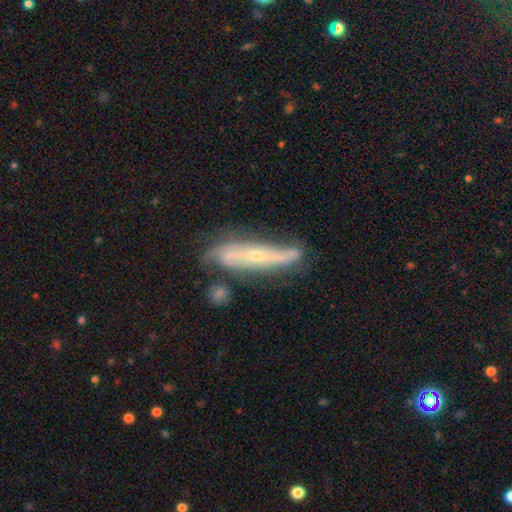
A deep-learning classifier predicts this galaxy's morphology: type=featured or disk (74%); edge-on=no (53%); merging=none (58%).